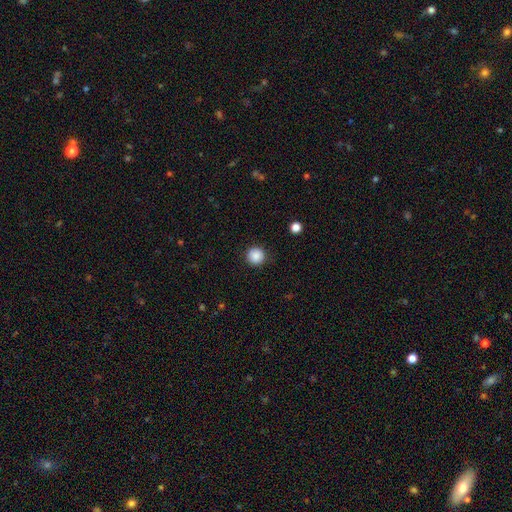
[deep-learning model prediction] This appears to be a smooth galaxy with no disk features (88%) that is round (96%). Merging: none (91%).